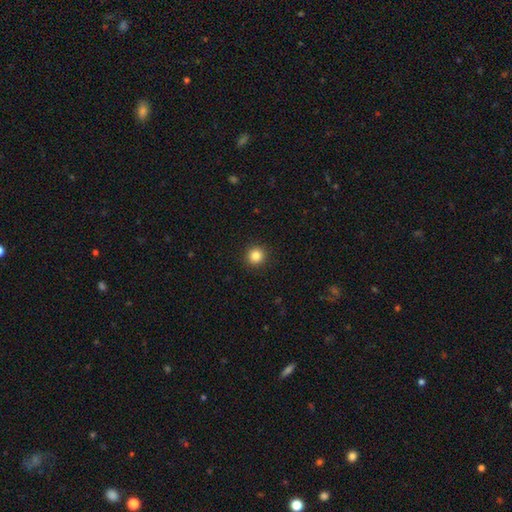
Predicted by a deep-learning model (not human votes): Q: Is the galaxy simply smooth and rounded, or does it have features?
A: smooth — 84%.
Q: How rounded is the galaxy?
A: round — 95%.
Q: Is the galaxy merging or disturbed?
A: none — 93%.